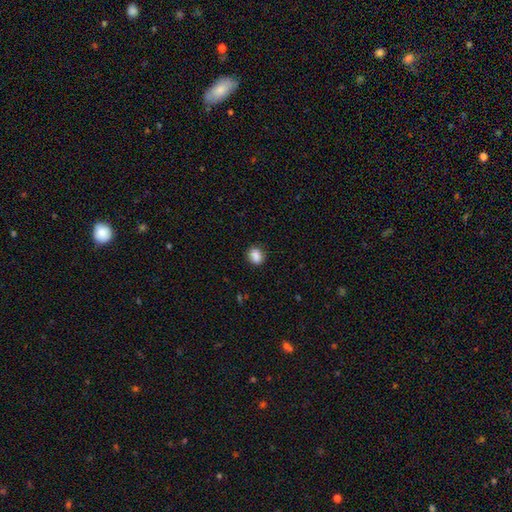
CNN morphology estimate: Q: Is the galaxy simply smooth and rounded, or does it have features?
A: smooth — 86%.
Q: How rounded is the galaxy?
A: in between — 51%.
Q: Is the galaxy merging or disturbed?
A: none — 83%.